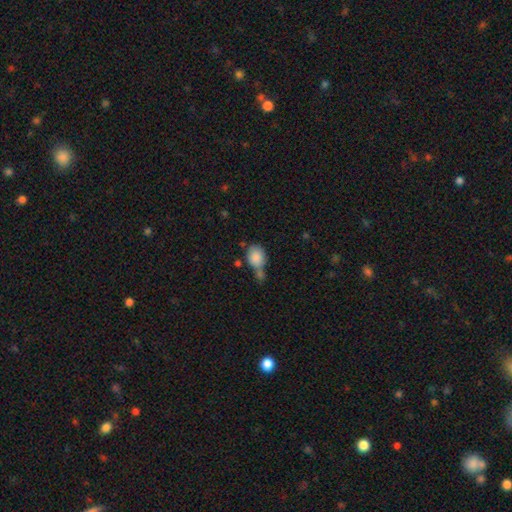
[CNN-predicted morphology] Overall: smooth (84%). How rounded: in between (53%; round 45%). Merging: merger (37%; none 35%).